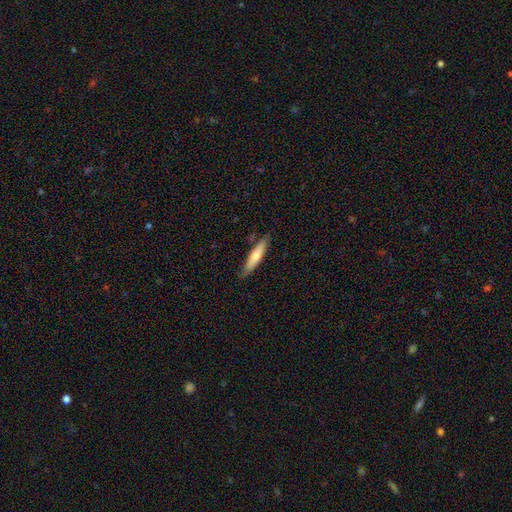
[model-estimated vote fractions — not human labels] Q: Smooth or featured?
A: smooth (65%); runner-up: featured or disk (29%)
Q: How rounded?
A: cigar-shaped (82%); runner-up: in between (17%)
Q: Merging?
A: none (82%); runner-up: minor disturbance (14%)